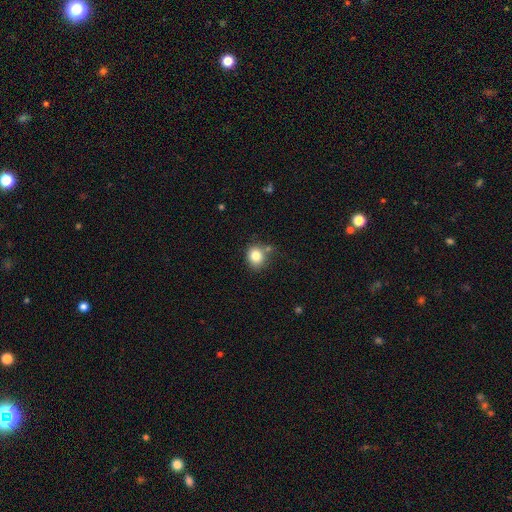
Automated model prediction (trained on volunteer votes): Smooth or featured? smooth (82%)
How rounded? round (73%)
Merging? none (70%)